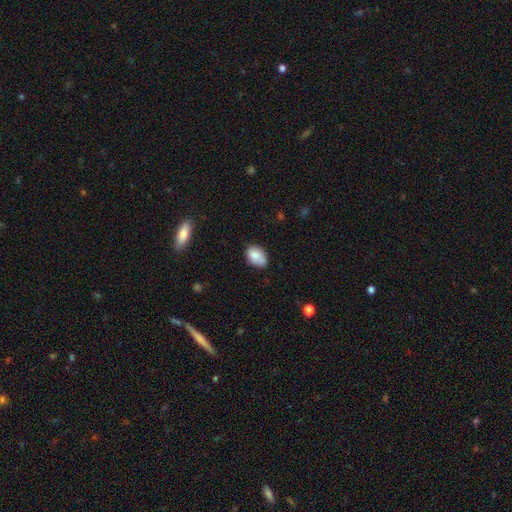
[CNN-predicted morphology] Smooth or featured? Predicted: smooth (p=0.80). How rounded? Predicted: in between (p=0.83). Merging? Predicted: none (p=0.55).